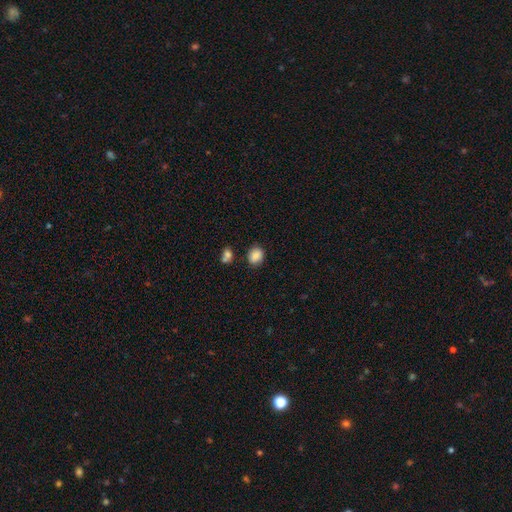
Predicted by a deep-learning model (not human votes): This is clearly a smooth galaxy (85%). How rounded: possibly round (50%). Merging: likely none (74%).